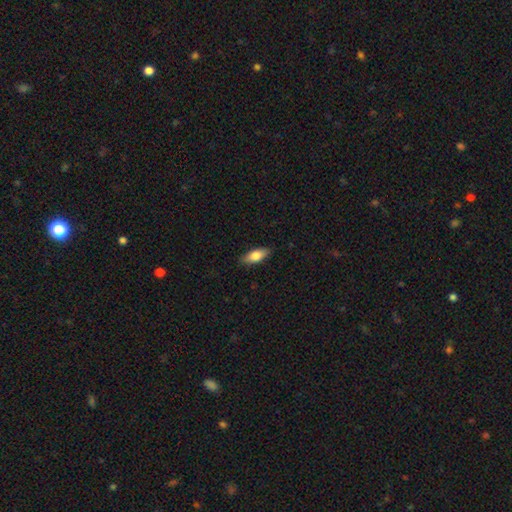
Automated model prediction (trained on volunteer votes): This is likely a smooth galaxy (76%). How rounded: likely in between (76%). Merging: clearly none (87%).